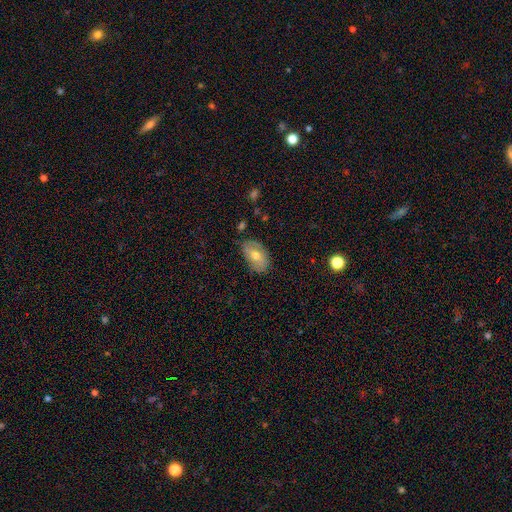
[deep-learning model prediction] Smooth or featured? smooth (58%)
How rounded? in between (90%)
Merging? none (76%)